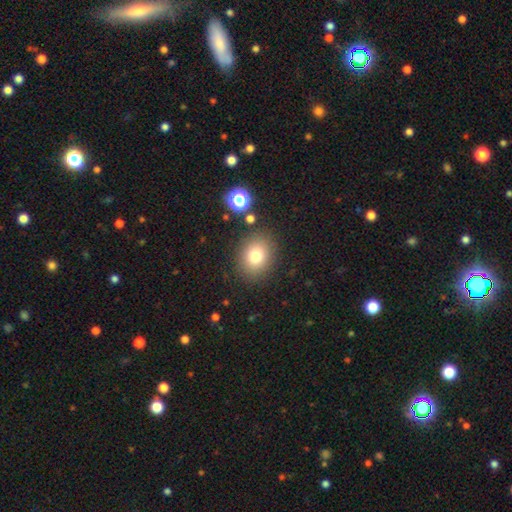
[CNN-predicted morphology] This appears to be a smooth galaxy with no disk features (77%) that is round (60%). Merging: none (84%).